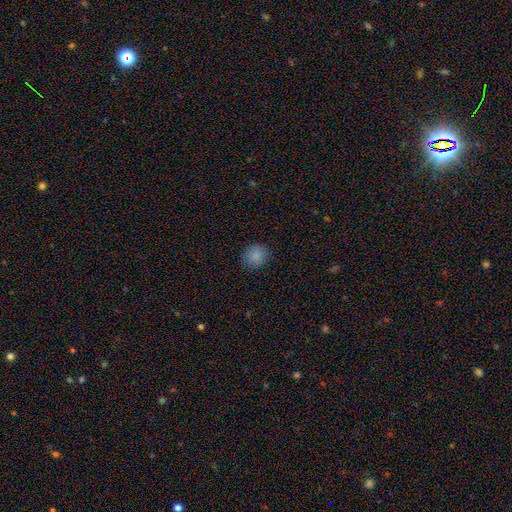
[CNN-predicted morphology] Smooth or featured?
  - smooth: 86% *
  - star or artifact: 10%
  - featured or disk: 4%
How rounded?
  - round: 76% *
  - in between: 23%
  - cigar-shaped: 1%
Merging?
  - none: 87% *
  - minor disturbance: 10%
  - major disturbance: 2%
  - merger: 1%